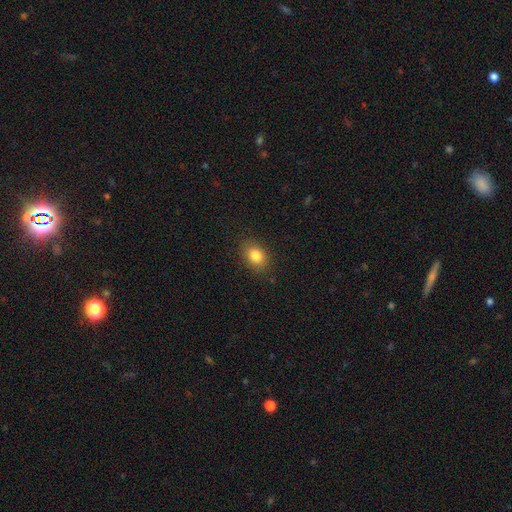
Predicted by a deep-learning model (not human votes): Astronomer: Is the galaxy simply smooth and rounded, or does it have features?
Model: smooth — 83%.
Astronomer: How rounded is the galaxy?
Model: in between — 71%.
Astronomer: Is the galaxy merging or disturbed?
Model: none — 86%.